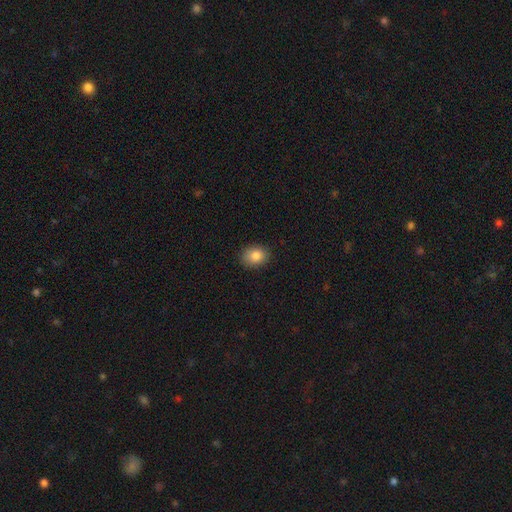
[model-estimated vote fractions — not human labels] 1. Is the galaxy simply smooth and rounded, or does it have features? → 85% smooth, 9% star or artifact, 7% featured or disk.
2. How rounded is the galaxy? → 57% in between, 42% round, 1% cigar-shaped.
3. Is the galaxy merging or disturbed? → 87% none, 10% minor disturbance, 2% major disturbance, 1% merger.